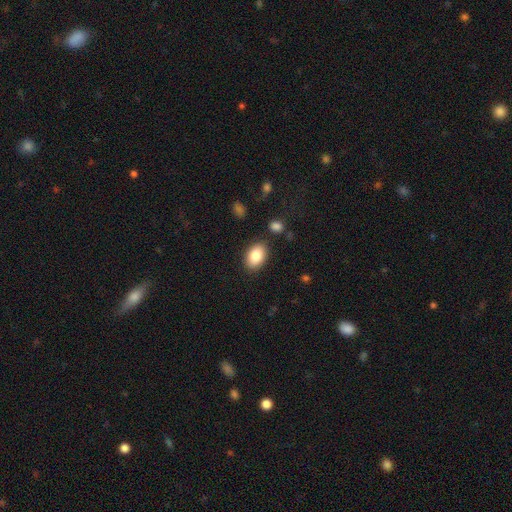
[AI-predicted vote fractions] Q: Smooth or featured?
A: smooth (86%); runner-up: featured or disk (7%)
Q: How rounded?
A: in between (86%); runner-up: round (12%)
Q: Merging?
A: none (85%); runner-up: minor disturbance (10%)